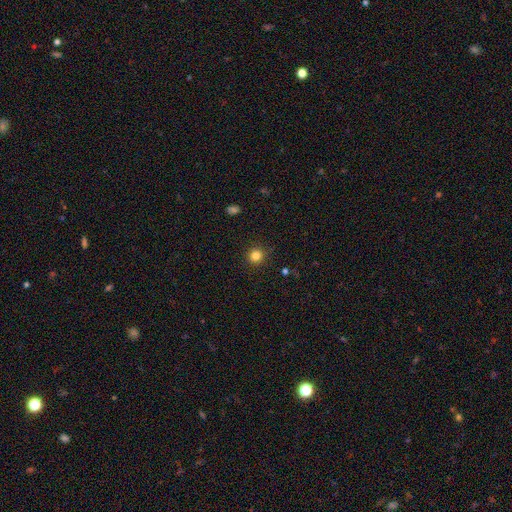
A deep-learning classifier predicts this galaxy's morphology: type=smooth (82%); roundness=round (94%); merging=none (91%).